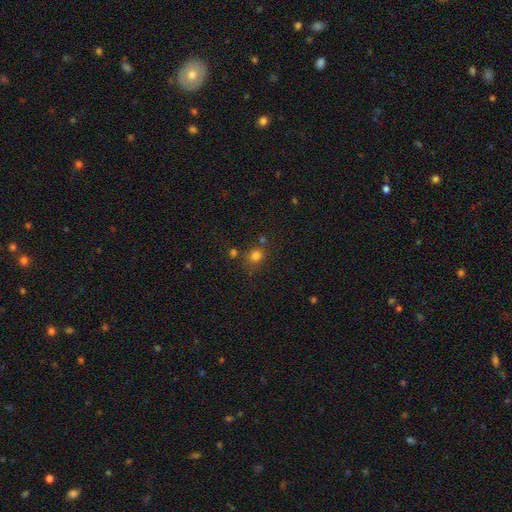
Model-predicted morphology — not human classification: type=smooth (77%); roundness=round (74%); merging=none (67%).